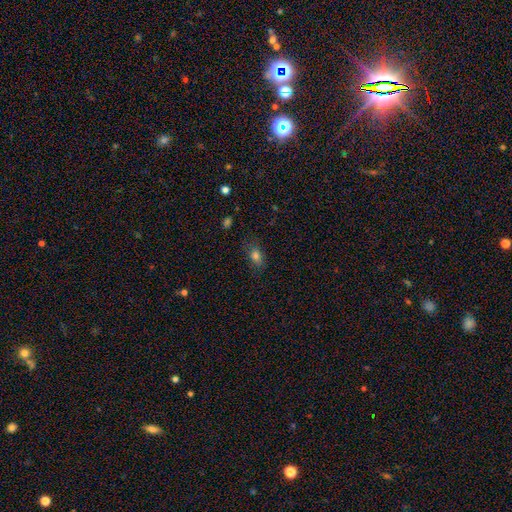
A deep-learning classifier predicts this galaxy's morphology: smooth-or-featured: smooth: 79% | star or artifact: 13% | featured or disk: 9%
  how-rounded: in between: 77% | round: 19% | cigar-shaped: 4%
  merging: none: 74% | minor disturbance: 18% | major disturbance: 6% | merger: 2%